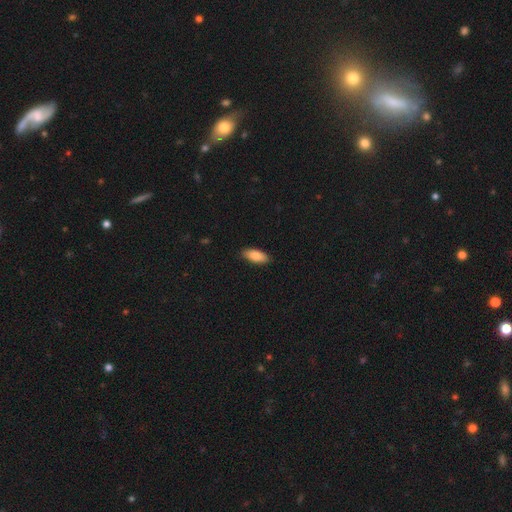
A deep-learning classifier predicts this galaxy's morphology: A smooth galaxy with no disk features (84%) that is in between round and cigar-shaped (83%).

Vote fractions:
- Smooth or featured? smooth: 84% / featured or disk: 10% / star or artifact: 6%
- How rounded? in between: 83% / cigar-shaped: 15% / round: 2%
- Merging? none: 88% / minor disturbance: 9% / major disturbance: 2% / merger: 1%